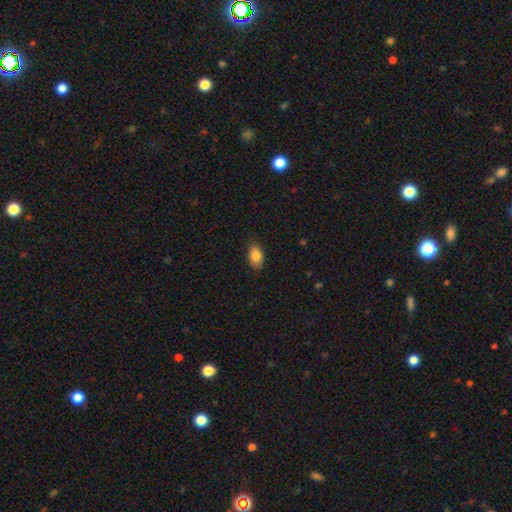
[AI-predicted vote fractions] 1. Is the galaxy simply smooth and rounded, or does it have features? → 85% smooth, 8% star or artifact, 7% featured or disk.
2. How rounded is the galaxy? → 89% in between, 8% round, 3% cigar-shaped.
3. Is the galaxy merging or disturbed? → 83% none, 14% minor disturbance, 3% major disturbance, 1% merger.